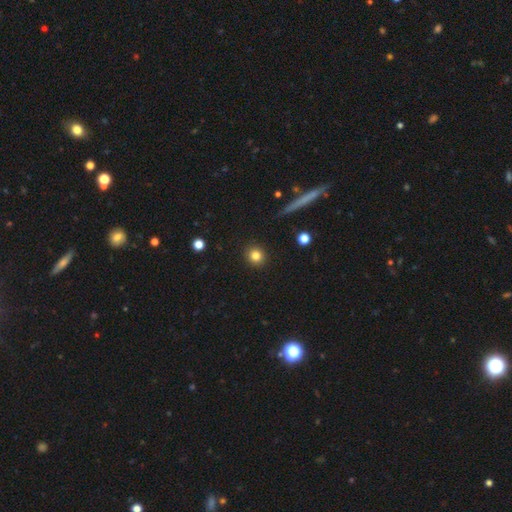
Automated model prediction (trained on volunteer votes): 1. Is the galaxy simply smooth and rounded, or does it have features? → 83% smooth, 11% star or artifact, 6% featured or disk.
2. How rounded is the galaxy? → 92% round, 7% in between, 1% cigar-shaped.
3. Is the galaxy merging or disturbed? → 92% none, 5% minor disturbance, 2% major disturbance, 1% merger.